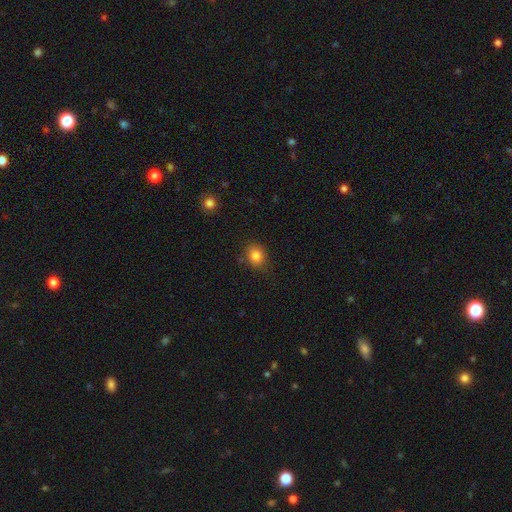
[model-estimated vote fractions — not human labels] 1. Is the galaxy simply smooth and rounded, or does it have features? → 83% smooth, 11% star or artifact, 6% featured or disk.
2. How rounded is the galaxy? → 63% round, 36% in between, 1% cigar-shaped.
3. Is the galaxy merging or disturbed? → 81% none, 14% minor disturbance, 3% major disturbance, 2% merger.